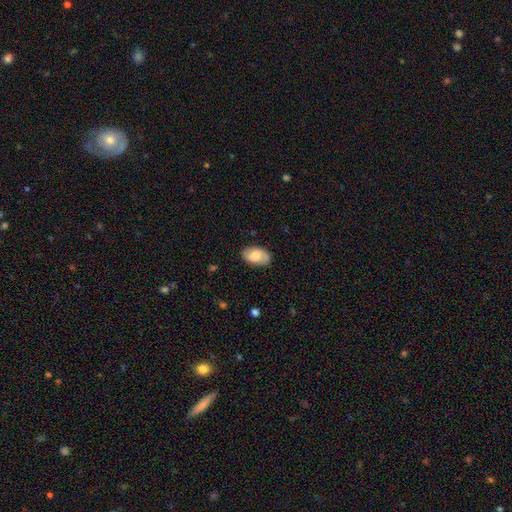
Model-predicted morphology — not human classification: type=smooth (68%); roundness=in between (93%); merging=none (84%).